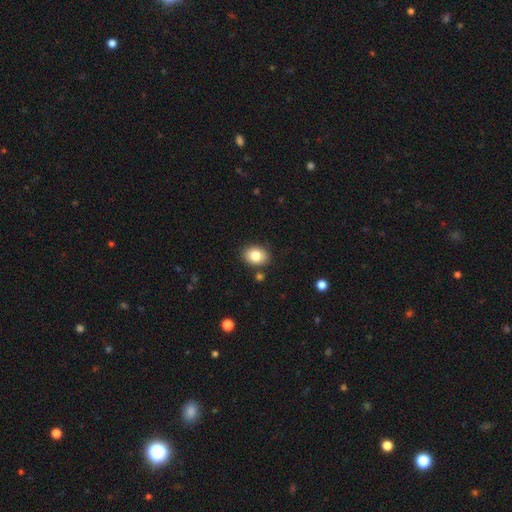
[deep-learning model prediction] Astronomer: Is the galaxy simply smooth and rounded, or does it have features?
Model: smooth — 82%.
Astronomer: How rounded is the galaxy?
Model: in between — 59% (runner-up: round, 40%).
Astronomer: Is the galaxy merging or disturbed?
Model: none — 84%.